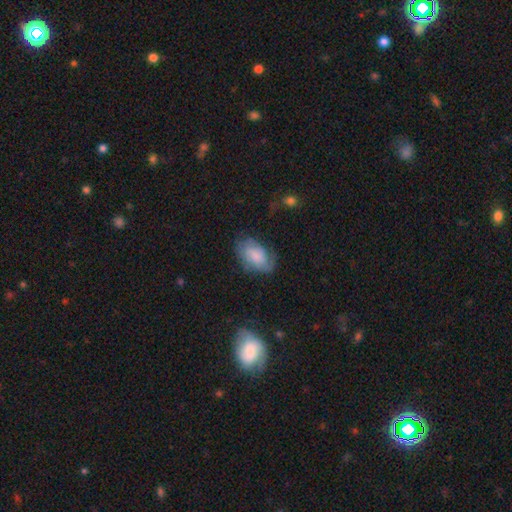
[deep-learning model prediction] Morphology: type=smooth (62%); roundness=in between (90%); merging=none (57%).